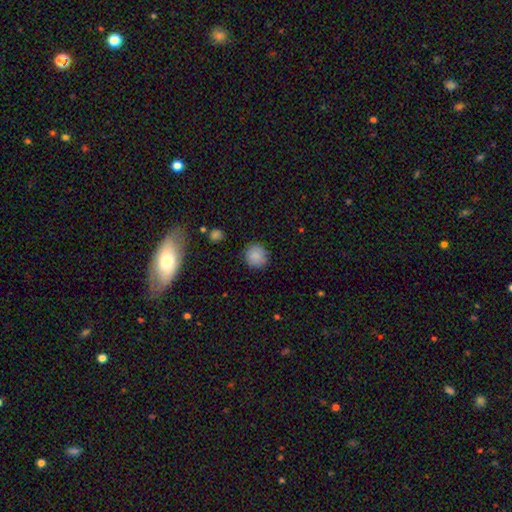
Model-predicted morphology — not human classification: Smooth or featured? smooth (87%)
How rounded? round (92%)
Merging? none (87%)